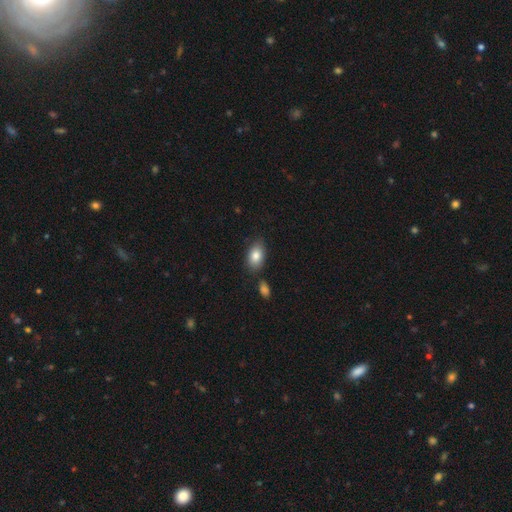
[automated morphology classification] smooth-or-featured: smooth: 84% | featured or disk: 9% | star or artifact: 7%
  how-rounded: in between: 90% | round: 8% | cigar-shaped: 2%
  merging: none: 76% | minor disturbance: 14% | merger: 7% | major disturbance: 3%